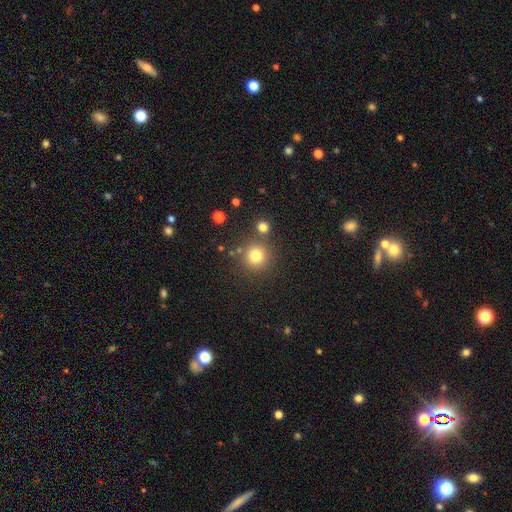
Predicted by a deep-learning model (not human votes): Smooth or featured? Predicted: smooth (p=0.78). How rounded? Predicted: round (p=0.94). Merging? Predicted: none (p=0.81).